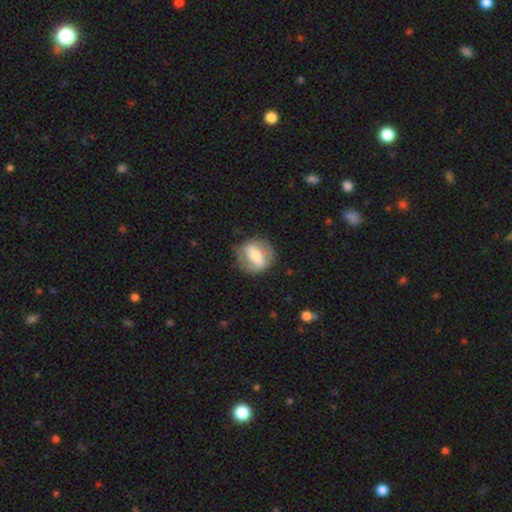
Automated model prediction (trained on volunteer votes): The model was most divided on "spiral arms": yes: 59%, no: 41%. Remaining: edge-on disk — no (93%); merging — none (76%); smooth or featured — featured or disk (56%); bar — strong (53%); bulge size — moderate (47%).